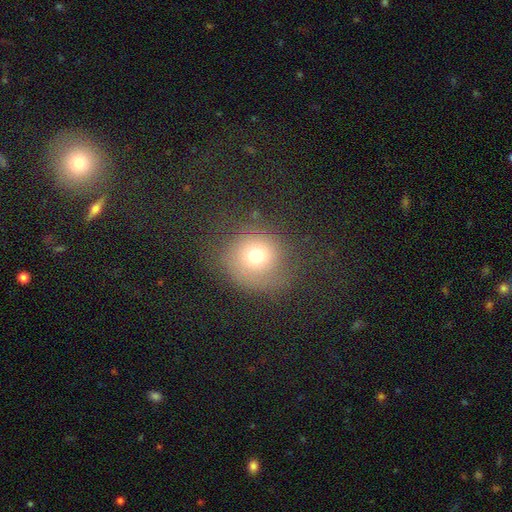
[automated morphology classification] A smooth galaxy with no disk features (69%) that is round (87%). Merging: none (67%).